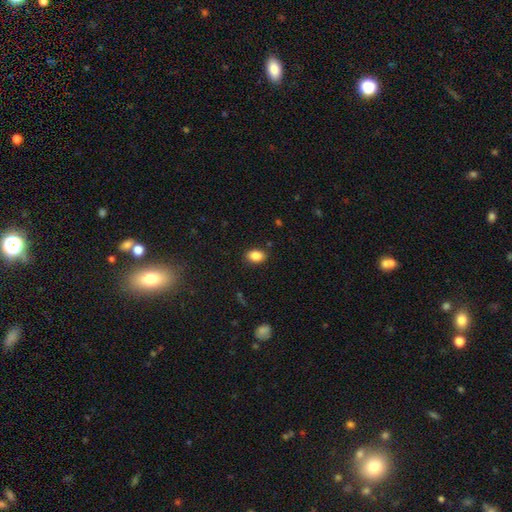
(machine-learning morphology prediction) This appears to be a smooth galaxy with no disk features (87%) that is in between round and cigar-shaped (81%). Merging: none (87%).